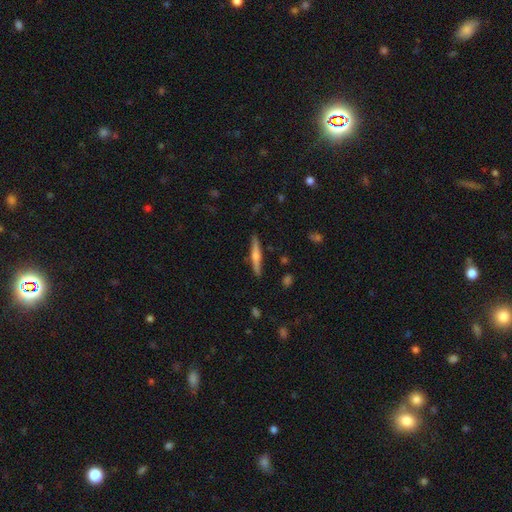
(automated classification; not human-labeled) Q: Smooth or featured?
A: featured or disk (54%); runner-up: smooth (40%)
Q: Edge-on disk?
A: yes (97%); runner-up: no (3%)
Q: Edge-on bulge?
A: rounded (79%); runner-up: none (12%)
Q: Merging?
A: none (89%); runner-up: minor disturbance (8%)